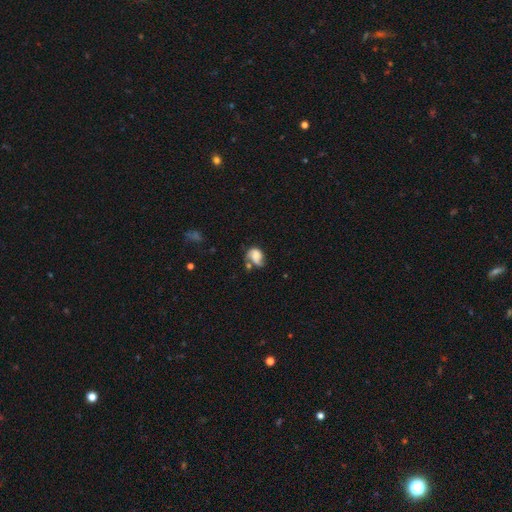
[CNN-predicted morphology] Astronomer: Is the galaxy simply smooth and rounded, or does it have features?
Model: smooth — 55% (runner-up: featured or disk, 35%).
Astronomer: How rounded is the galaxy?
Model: in between — 67%.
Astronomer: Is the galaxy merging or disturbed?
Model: none — 30% (runner-up: minor disturbance, 28%).